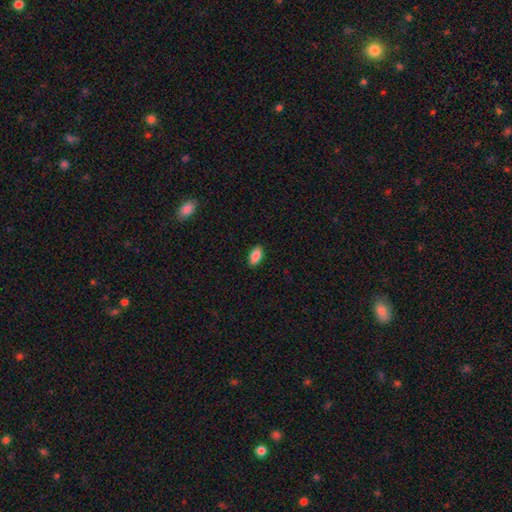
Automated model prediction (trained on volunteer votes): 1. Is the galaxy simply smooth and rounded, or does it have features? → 87% smooth, 7% star or artifact, 6% featured or disk.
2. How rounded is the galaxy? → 92% in between, 5% cigar-shaped, 3% round.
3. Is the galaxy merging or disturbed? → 90% none, 8% minor disturbance, 2% major disturbance, 1% merger.